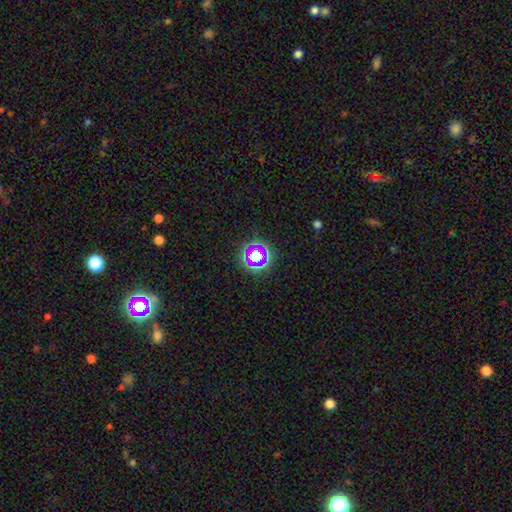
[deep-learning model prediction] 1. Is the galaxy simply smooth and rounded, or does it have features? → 54% star or artifact, 31% smooth, 14% featured or disk.